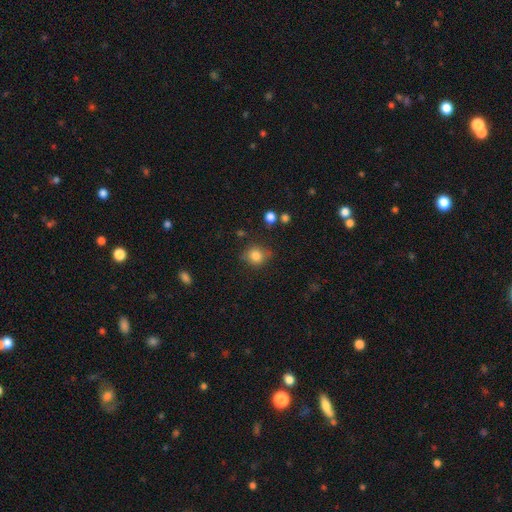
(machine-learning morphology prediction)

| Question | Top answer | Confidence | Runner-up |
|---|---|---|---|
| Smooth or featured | smooth | 82% | star or artifact (10%) |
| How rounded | round | 76% | in between (23%) |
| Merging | none | 73% | minor disturbance (18%) |